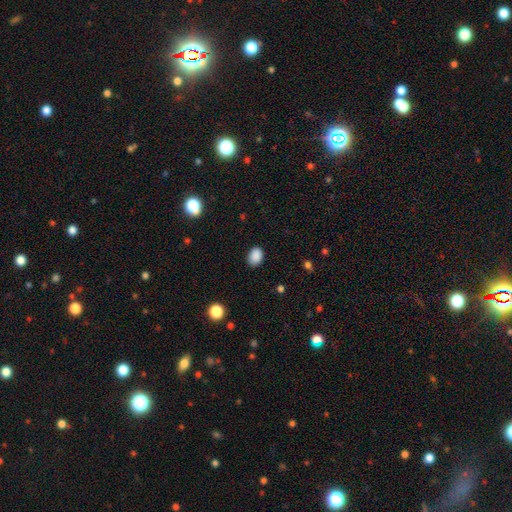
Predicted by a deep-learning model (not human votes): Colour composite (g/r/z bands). It shows a smooth galaxy with no disk features (88%) that is in between round and cigar-shaped (71%). Merging: none (86%).